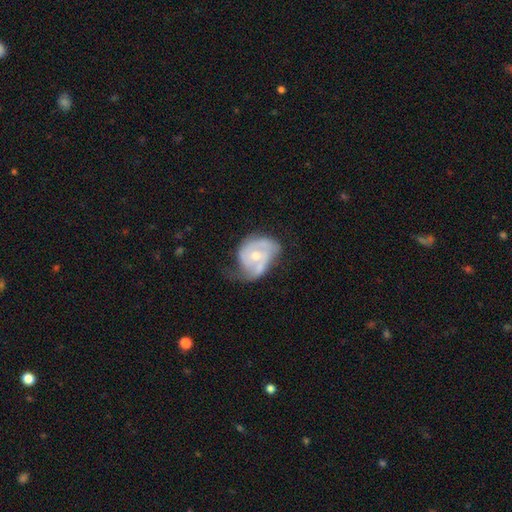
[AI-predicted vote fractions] Smooth or featured?
  - featured or disk: 74% *
  - smooth: 20%
  - star or artifact: 5%
Edge-on disk?
  - no: 97% *
  - yes: 3%
Bar?
  - no: 70% *
  - weak: 25%
  - strong: 5%
Spiral arms?
  - yes: 81% *
  - no: 19%
Spiral winding?
  - medium: 40% *
  - tight: 38%
  - loose: 21%
Spiral arm count?
  - 2: 51% *
  - can't tell: 21%
  - 3: 12%
  - 1: 12%
  - 4: 2%
  - more than 4: 2%
Bulge size?
  - moderate: 59% *
  - small: 37%
  - large: 2%
  - none: 1%
  - dominant: 1%
Merging?
  - minor disturbance: 33% *
  - none: 32%
  - major disturbance: 27%
  - merger: 8%